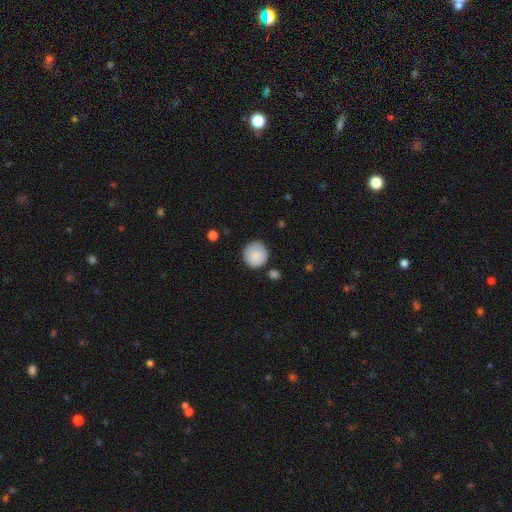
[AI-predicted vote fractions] This is clearly a smooth galaxy (86%). How rounded: clearly round (94%). Merging: clearly none (83%).